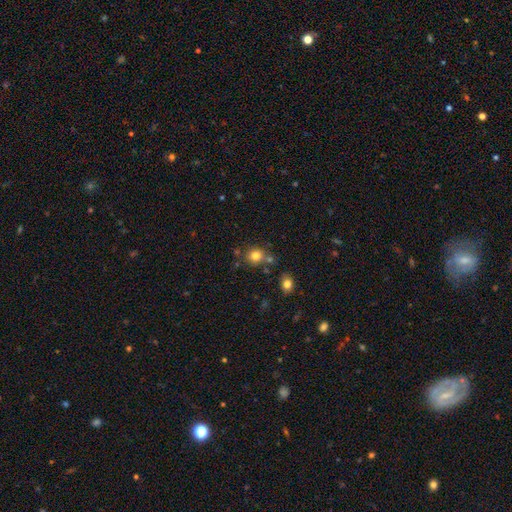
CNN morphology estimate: This appears to be a smooth galaxy with no disk features (79%) that is round (84%). Merging: none (70%).